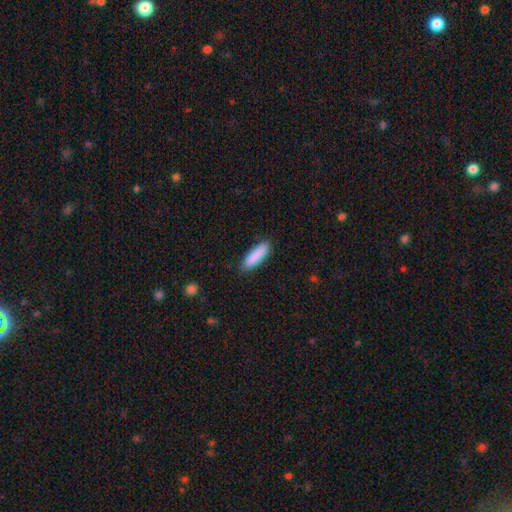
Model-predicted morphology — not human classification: The model was most divided on "how rounded": cigar-shaped: 62%, in between: 37%, round: 1%. More confident: smooth or featured — smooth (89%); merging — none (87%).